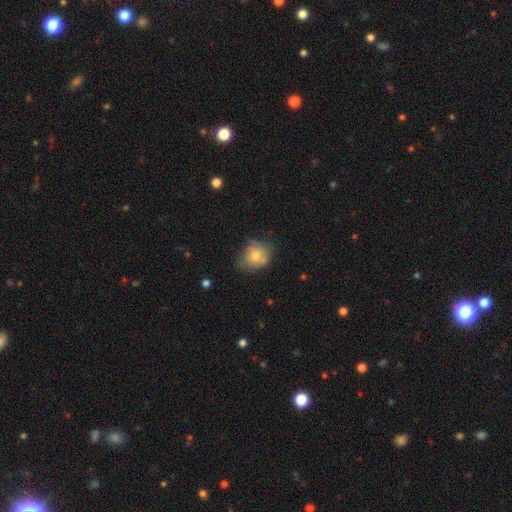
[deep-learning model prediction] A smooth galaxy with no disk features (69%) that is round (58%).

Vote fractions:
- Smooth or featured? smooth: 69% / featured or disk: 21% / star or artifact: 10%
- How rounded? round: 58% / in between: 41% / cigar-shaped: 1%
- Merging? none: 52% / minor disturbance: 31% / major disturbance: 10% / merger: 6%